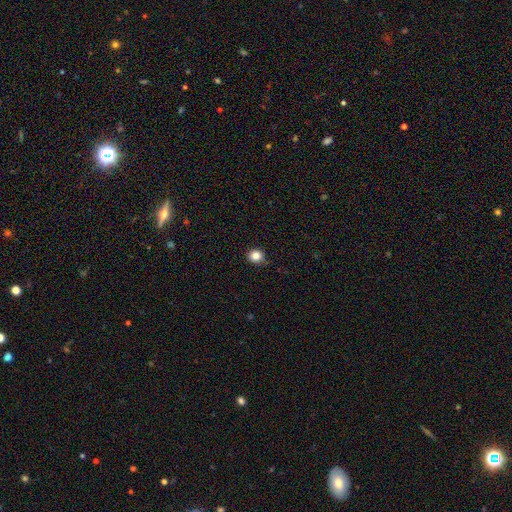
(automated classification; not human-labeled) Smooth or featured: smooth — 84% (star or artifact — 11%)
How rounded: round — 82% (in between — 17%)
Merging: none — 86% (minor disturbance — 11%)